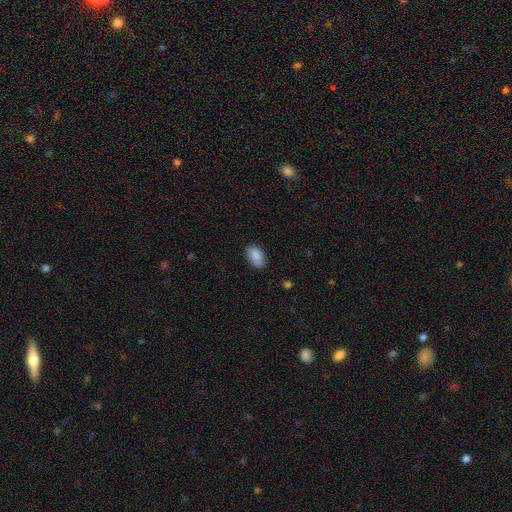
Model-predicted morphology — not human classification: smooth-or-featured: smooth: 87% | star or artifact: 7% | featured or disk: 6%
  how-rounded: in between: 90% | round: 8% | cigar-shaped: 2%
  merging: none: 76% | minor disturbance: 20% | major disturbance: 3% | merger: 1%